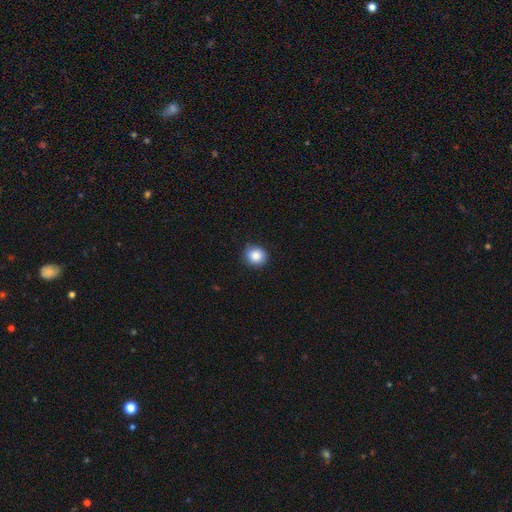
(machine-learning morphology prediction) smooth_or_featured: smooth (p=0.86) [alt: star or artifact p=0.09]
how_rounded: round (p=0.87) [alt: in between p=0.12]
merging: none (p=0.88) [alt: minor disturbance p=0.09]